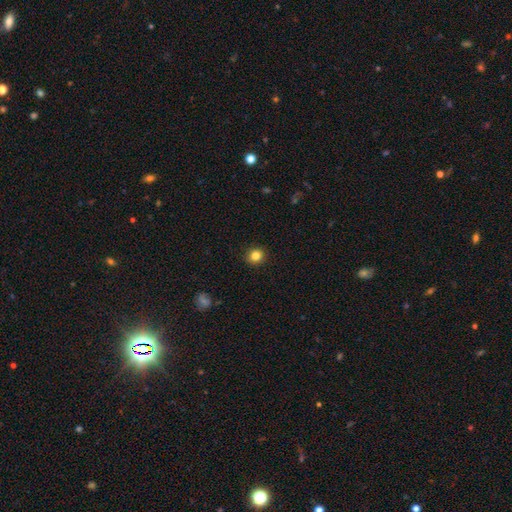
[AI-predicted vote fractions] Q: Smooth or featured?
A: smooth (83%); runner-up: star or artifact (12%)
Q: How rounded?
A: round (86%); runner-up: in between (13%)
Q: Merging?
A: none (92%); runner-up: minor disturbance (5%)